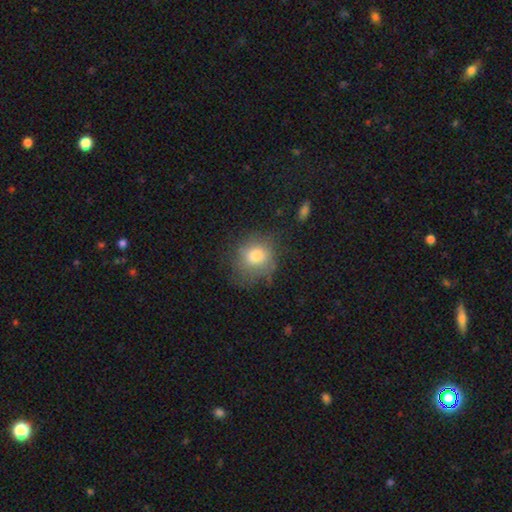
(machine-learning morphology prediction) This is likely a smooth galaxy (77%). How rounded: likely round (75%). Merging: likely none (63%).